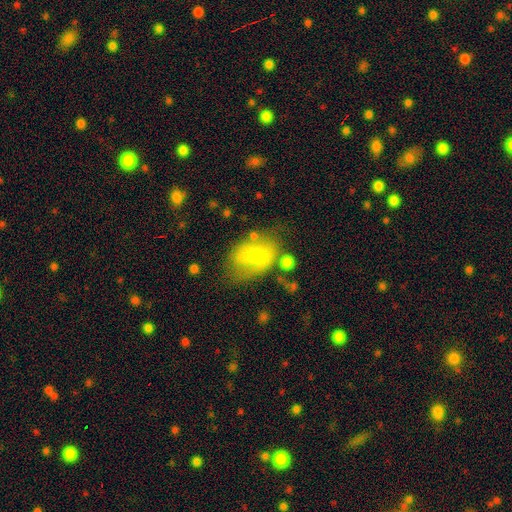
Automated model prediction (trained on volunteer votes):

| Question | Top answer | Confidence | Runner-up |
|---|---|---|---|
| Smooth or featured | smooth | 57% | featured or disk (34%) |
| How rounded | in between | 84% | round (14%) |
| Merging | none | 44% | minor disturbance (28%) |